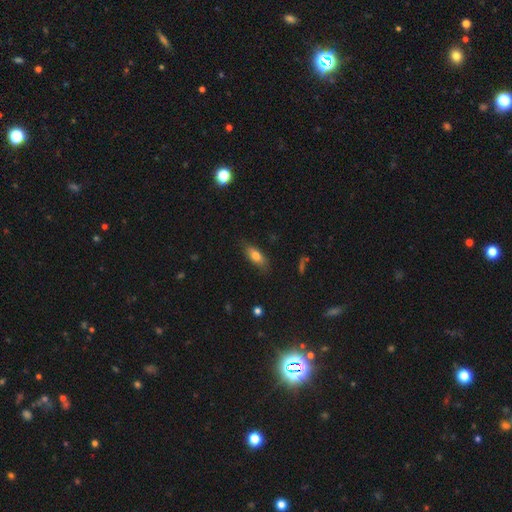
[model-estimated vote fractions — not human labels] Smooth or featured? smooth (74%)
How rounded? in between (73%)
Merging? none (79%)